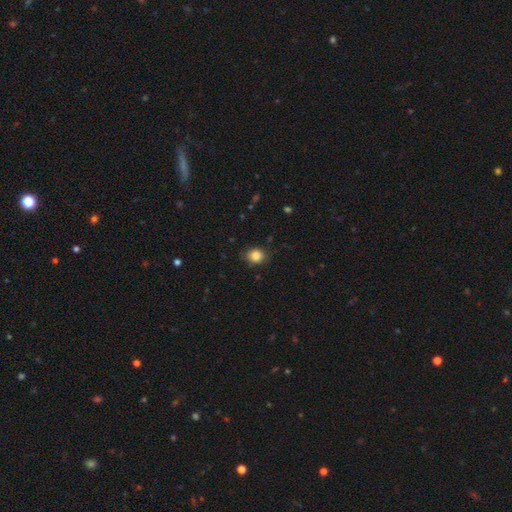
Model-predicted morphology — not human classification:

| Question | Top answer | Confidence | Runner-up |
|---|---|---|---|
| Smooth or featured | smooth | 86% | star or artifact (10%) |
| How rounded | round | 68% | in between (31%) |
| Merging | none | 81% | minor disturbance (15%) |